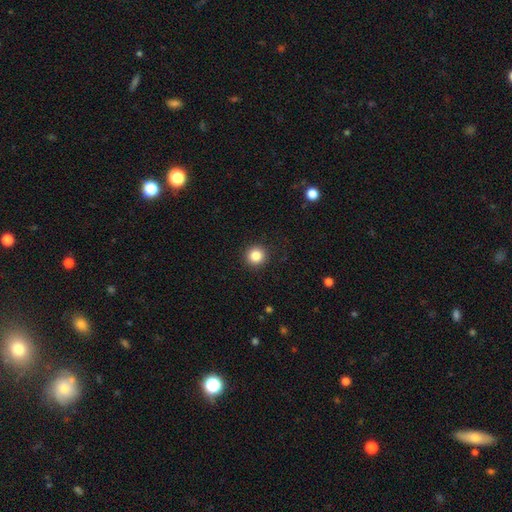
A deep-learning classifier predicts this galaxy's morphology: smooth 85%, star or artifact 10%, featured or disk 5%. Down the decision tree: how rounded — round (94%); merging — none (91%).